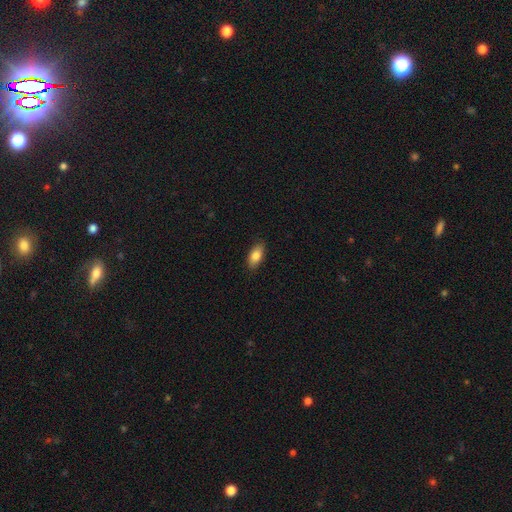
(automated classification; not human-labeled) smooth 82%, featured or disk 11%, star or artifact 7%. Down the decision tree: how rounded — in between (88%); merging — none (87%).